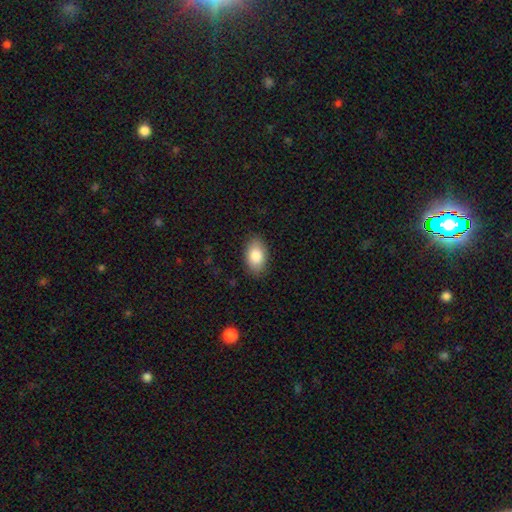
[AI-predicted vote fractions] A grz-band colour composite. It shows a smooth galaxy with no disk features (84%) that is in between round and cigar-shaped (91%). Merging: none (87%).